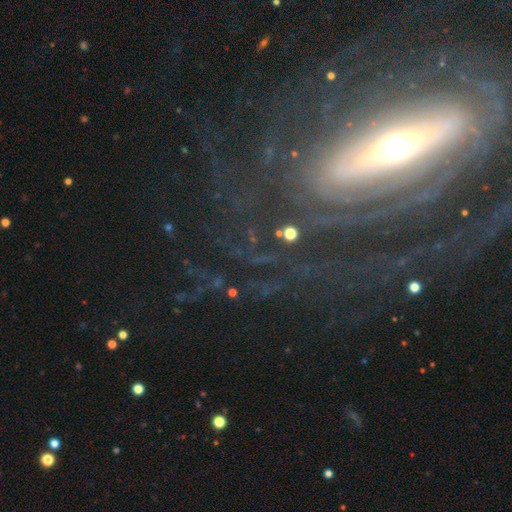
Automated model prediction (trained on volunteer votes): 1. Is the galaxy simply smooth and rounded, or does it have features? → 80% featured or disk, 10% star or artifact, 9% smooth.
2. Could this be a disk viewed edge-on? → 74% no, 26% yes.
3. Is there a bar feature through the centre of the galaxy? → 50% strong, 28% no, 22% weak.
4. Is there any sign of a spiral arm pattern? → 71% yes, 29% no.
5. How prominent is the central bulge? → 51% moderate, 21% small, 19% large, 6% dominant, 2% none.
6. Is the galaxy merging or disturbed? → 69% none, 16% major disturbance, 13% minor disturbance, 3% merger.